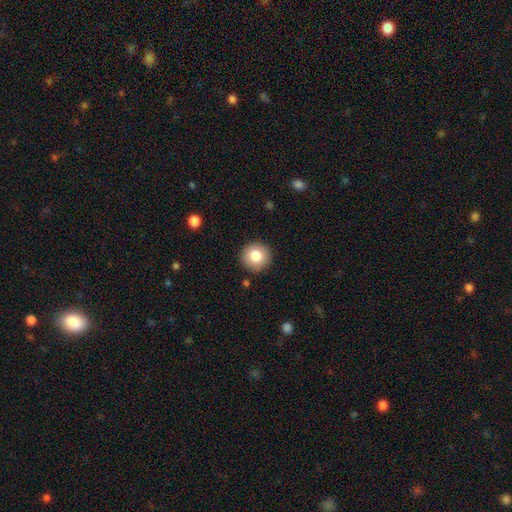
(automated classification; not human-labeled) This is clearly a smooth galaxy (83%). How rounded: clearly round (95%). Merging: clearly none (90%).